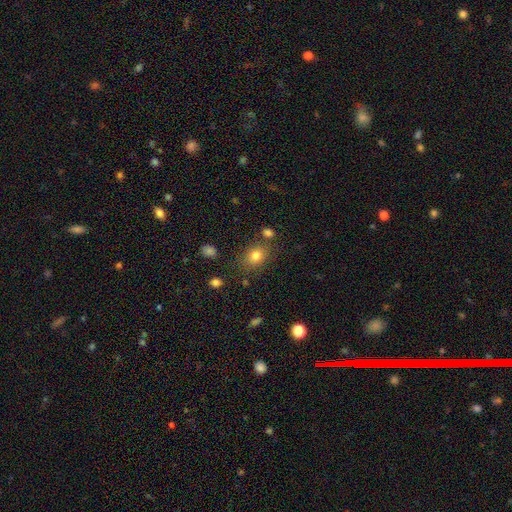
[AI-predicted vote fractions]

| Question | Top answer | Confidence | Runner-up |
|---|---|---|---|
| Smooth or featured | smooth | 80% | star or artifact (12%) |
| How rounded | round | 50% | in between (49%) |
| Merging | none | 75% | minor disturbance (13%) |